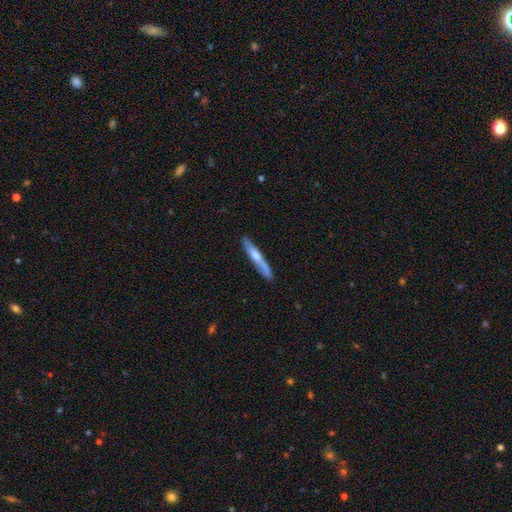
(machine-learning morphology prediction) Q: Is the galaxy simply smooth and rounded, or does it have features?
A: featured or disk — 58%.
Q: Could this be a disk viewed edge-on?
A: yes — 95%.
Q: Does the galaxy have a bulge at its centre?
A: rounded — 78%.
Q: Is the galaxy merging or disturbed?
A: none — 87%.